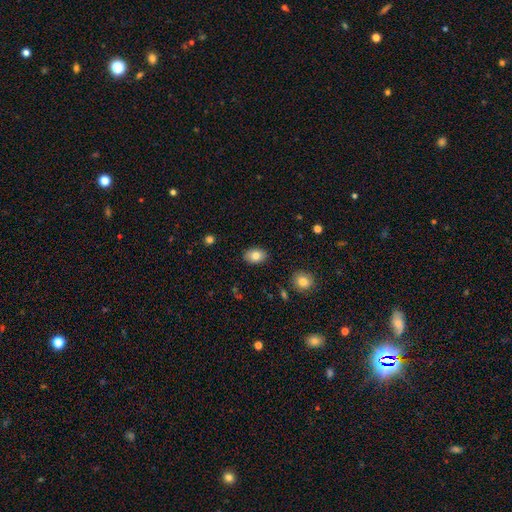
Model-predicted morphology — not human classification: smooth_or_featured: smooth (p=0.80) [alt: featured or disk p=0.11]
how_rounded: in between (p=0.82) [alt: round p=0.17]
merging: none (p=0.88) [alt: minor disturbance p=0.09]